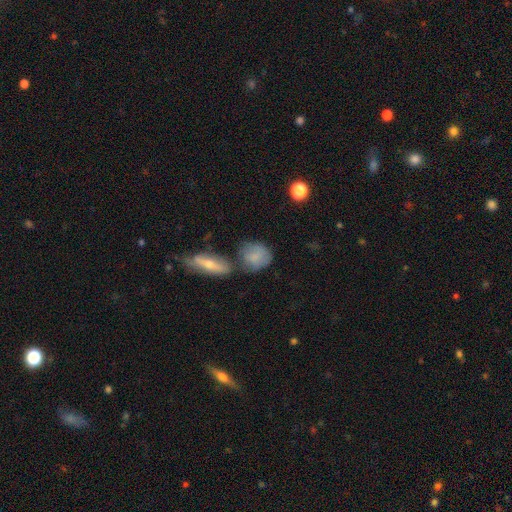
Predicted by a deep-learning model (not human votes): A smooth galaxy with no disk features (76%) that is round (62%).

Vote fractions:
- Smooth or featured? smooth: 76% / featured or disk: 16% / star or artifact: 7%
- How rounded? round: 62% / in between: 35% / cigar-shaped: 3%
- Merging? none: 48% / merger: 25% / minor disturbance: 19% / major disturbance: 8%